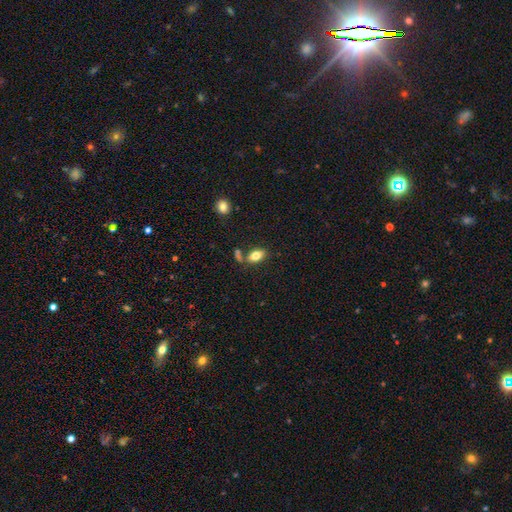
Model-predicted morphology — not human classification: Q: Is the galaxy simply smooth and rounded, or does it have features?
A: smooth — 76%.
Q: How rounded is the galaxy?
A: in between — 89%.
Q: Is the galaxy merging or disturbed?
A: none — 67%.